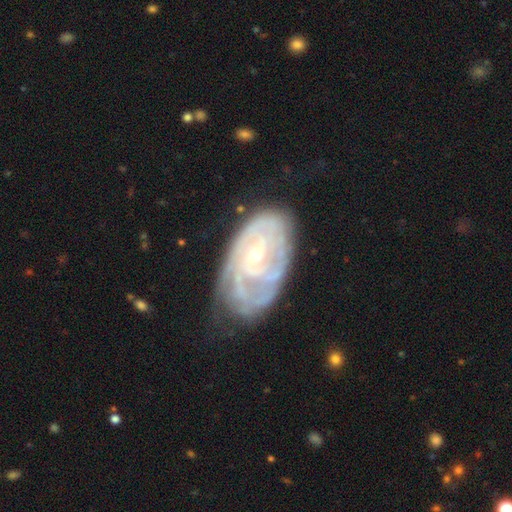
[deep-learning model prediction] Q: Smooth or featured?
A: featured or disk (81%); runner-up: smooth (13%)
Q: Edge-on disk?
A: no (96%); runner-up: yes (4%)
Q: Bar?
A: no (60%); runner-up: weak (31%)
Q: Spiral arms?
A: yes (85%); runner-up: no (15%)
Q: Spiral winding?
A: tight (66%); runner-up: medium (26%)
Q: Spiral arm count?
A: can't tell (51%); runner-up: 2 (21%)
Q: Bulge size?
A: small (71%); runner-up: moderate (26%)
Q: Merging?
A: none (54%); runner-up: minor disturbance (29%)